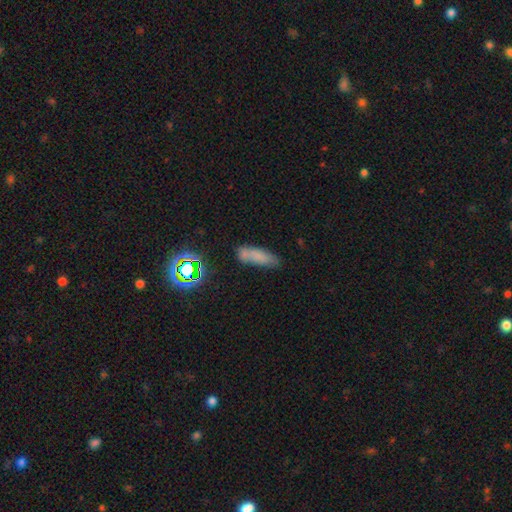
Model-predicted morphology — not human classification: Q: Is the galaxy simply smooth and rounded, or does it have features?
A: smooth — 69%.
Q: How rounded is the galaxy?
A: cigar-shaped — 50%.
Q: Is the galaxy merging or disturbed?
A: none — 60%.